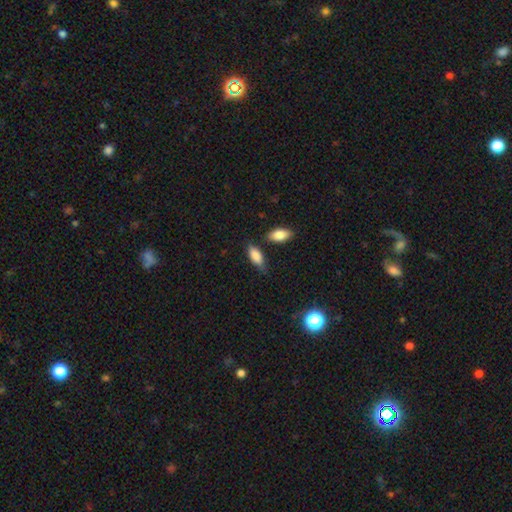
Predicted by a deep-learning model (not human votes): smooth 86%, featured or disk 8%, star or artifact 7%. Down the decision tree: how rounded — in between (84%); merging — none (65%).